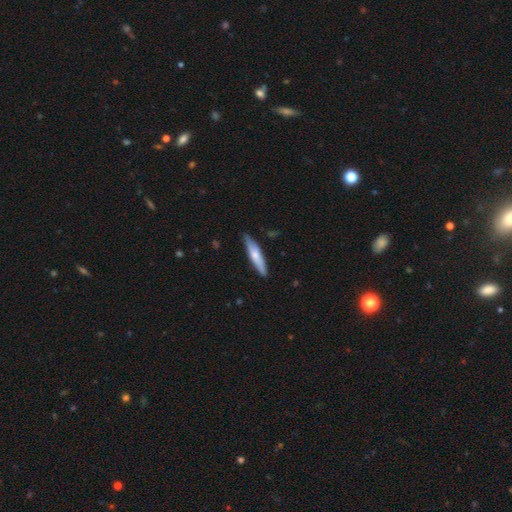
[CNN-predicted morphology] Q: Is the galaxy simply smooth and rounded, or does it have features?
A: smooth — 61%.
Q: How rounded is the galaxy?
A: cigar-shaped — 84%.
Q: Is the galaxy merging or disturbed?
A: none — 84%.